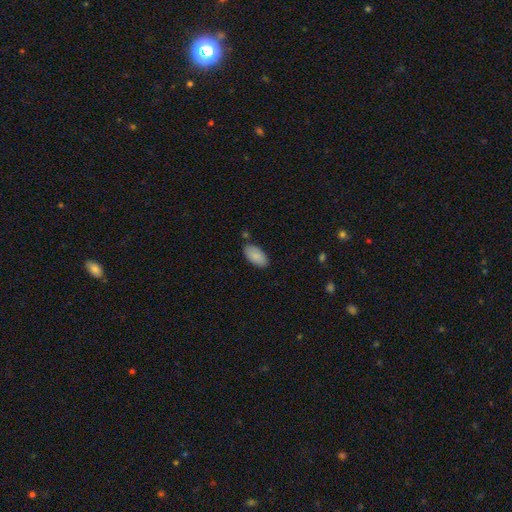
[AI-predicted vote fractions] A smooth galaxy with no disk features (88%) that is in between round and cigar-shaped (95%).

Vote fractions:
- Smooth or featured? smooth: 88% / star or artifact: 6% / featured or disk: 6%
- How rounded? in between: 95% / cigar-shaped: 3% / round: 2%
- Merging? none: 82% / minor disturbance: 13% / merger: 3% / major disturbance: 2%